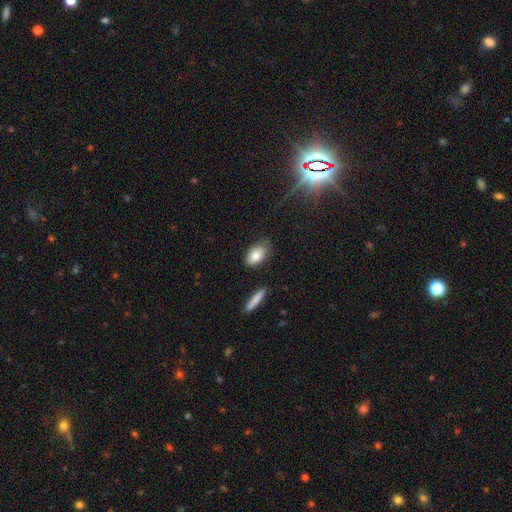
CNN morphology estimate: Smooth or featured?
  - smooth: 81% *
  - featured or disk: 11%
  - star or artifact: 7%
How rounded?
  - in between: 89% *
  - round: 7%
  - cigar-shaped: 4%
Merging?
  - none: 77% *
  - minor disturbance: 16%
  - major disturbance: 3%
  - merger: 3%